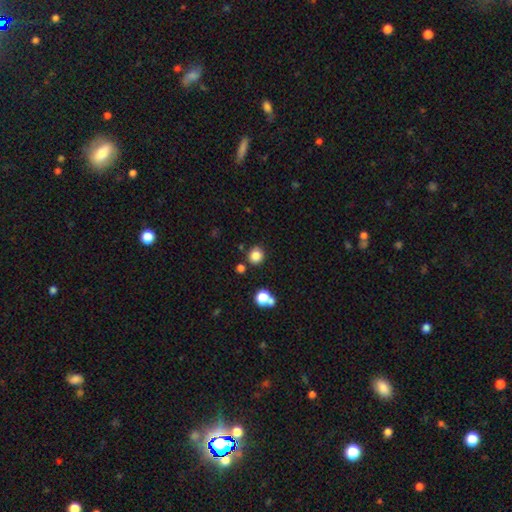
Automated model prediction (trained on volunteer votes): A smooth galaxy with no disk features (83%) that is round (87%).

Vote fractions:
- Smooth or featured? smooth: 83% / star or artifact: 12% / featured or disk: 4%
- How rounded? round: 87% / in between: 12% / cigar-shaped: 1%
- Merging? none: 84% / minor disturbance: 8% / merger: 6% / major disturbance: 3%